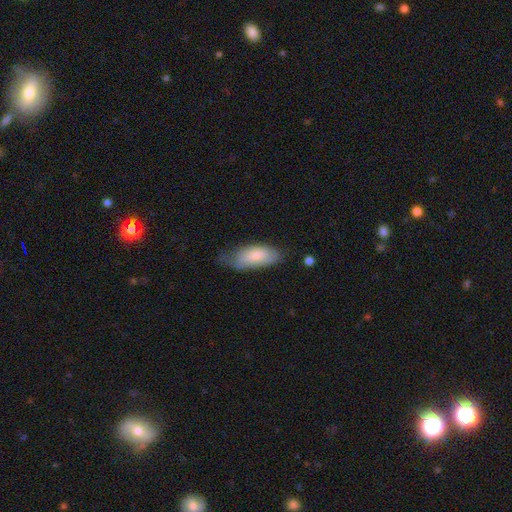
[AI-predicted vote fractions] Smooth or featured: smooth — 75% (featured or disk — 19%)
How rounded: in between — 84% (cigar-shaped — 14%)
Merging: none — 48% (minor disturbance — 37%)